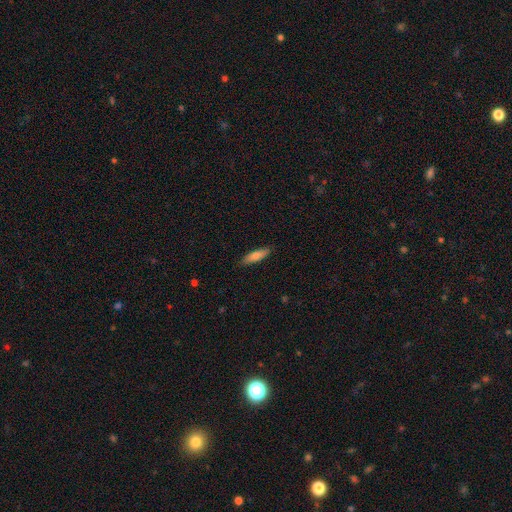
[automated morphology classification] type=smooth (72%); roundness=cigar-shaped (64%); merging=none (88%).